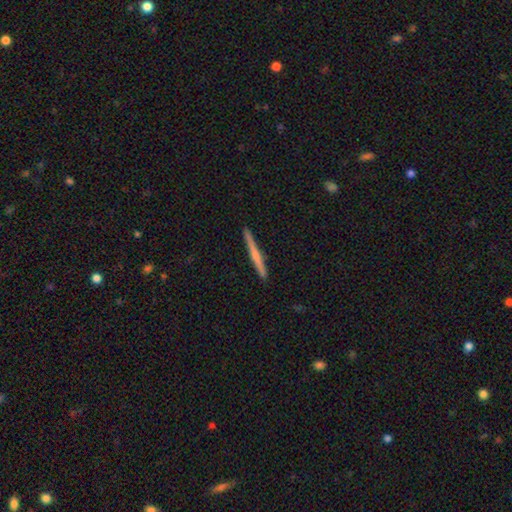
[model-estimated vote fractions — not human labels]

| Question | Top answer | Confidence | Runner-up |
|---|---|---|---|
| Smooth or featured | featured or disk | 51% | smooth (43%) |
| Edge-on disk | yes | 98% | no (2%) |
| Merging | none | 92% | minor disturbance (6%) |